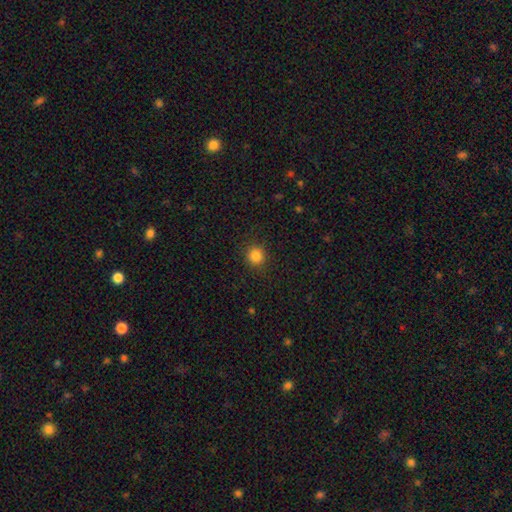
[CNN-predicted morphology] Overall: smooth (84%). How rounded: round (91%). Merging: none (90%).